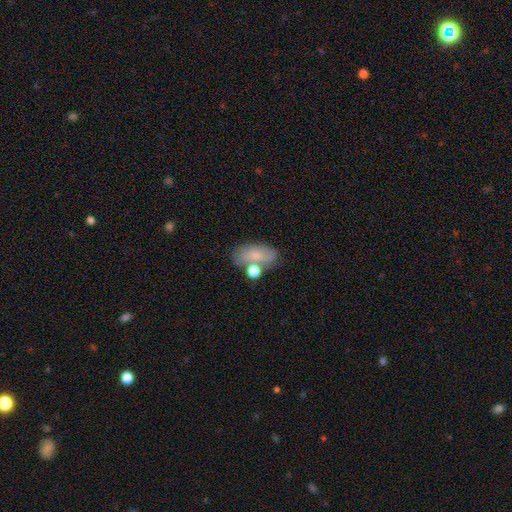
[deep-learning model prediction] Smooth or featured?
  - smooth: 68% *
  - featured or disk: 22%
  - star or artifact: 10%
How rounded?
  - in between: 87% *
  - round: 9%
  - cigar-shaped: 4%
Merging?
  - none: 54% *
  - merger: 20%
  - minor disturbance: 19%
  - major disturbance: 7%